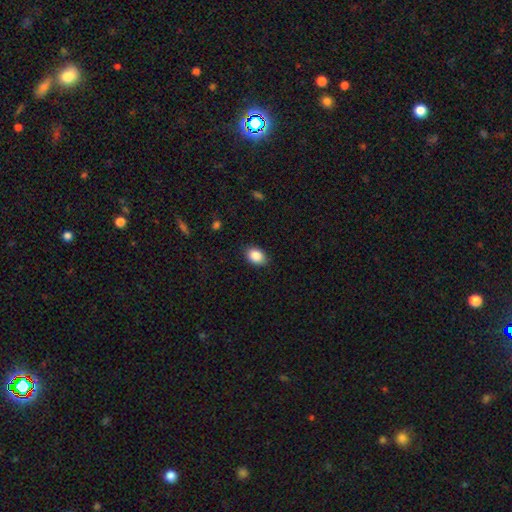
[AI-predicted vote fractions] Smooth or featured? Predicted: smooth (p=0.87). How rounded? Predicted: in between (p=0.77). Merging? Predicted: none (p=0.83).